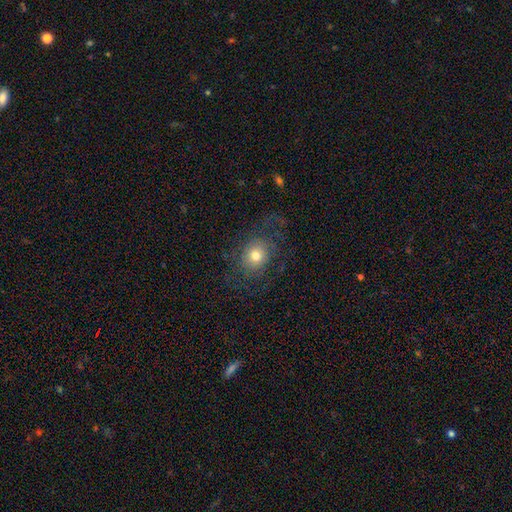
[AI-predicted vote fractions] Smooth or featured? smooth (59%)
How rounded? round (67%)
Merging? none (64%)